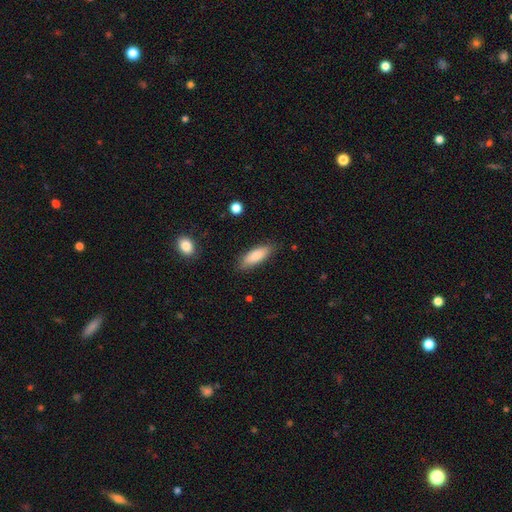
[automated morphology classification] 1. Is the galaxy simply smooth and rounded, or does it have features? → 84% smooth, 10% featured or disk, 6% star or artifact.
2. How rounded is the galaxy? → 59% in between, 39% cigar-shaped, 2% round.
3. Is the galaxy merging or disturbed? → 84% none, 12% minor disturbance, 2% major disturbance, 1% merger.